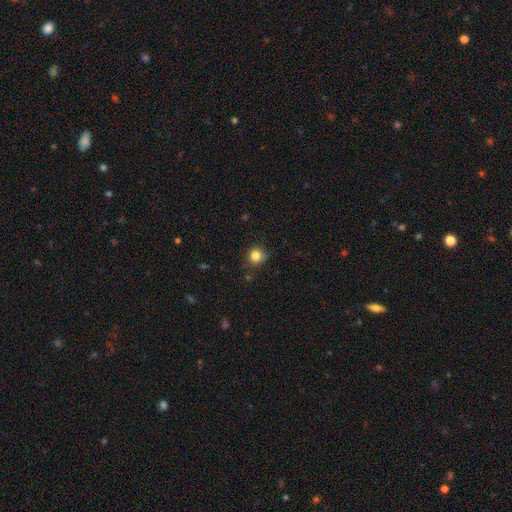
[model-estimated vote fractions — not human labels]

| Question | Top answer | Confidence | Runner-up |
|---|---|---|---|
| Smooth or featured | smooth | 83% | star or artifact (12%) |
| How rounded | round | 89% | in between (10%) |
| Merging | none | 79% | minor disturbance (16%) |